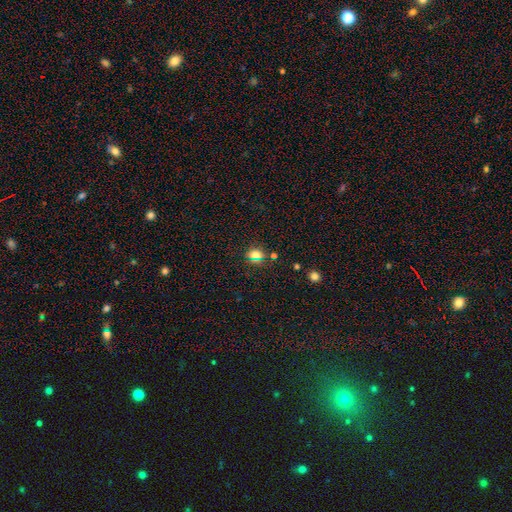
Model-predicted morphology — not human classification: Overall: smooth (67%). How rounded: round (73%). Merging: none (83%).